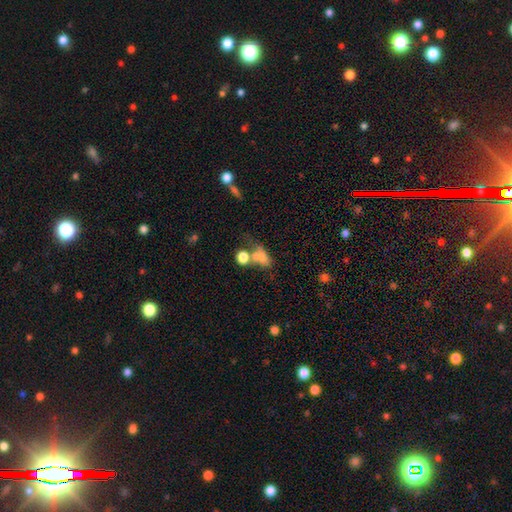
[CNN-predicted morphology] A smooth galaxy with no disk features (53%) that is in between round and cigar-shaped (59%). Merging: merger (33%, tied with none).